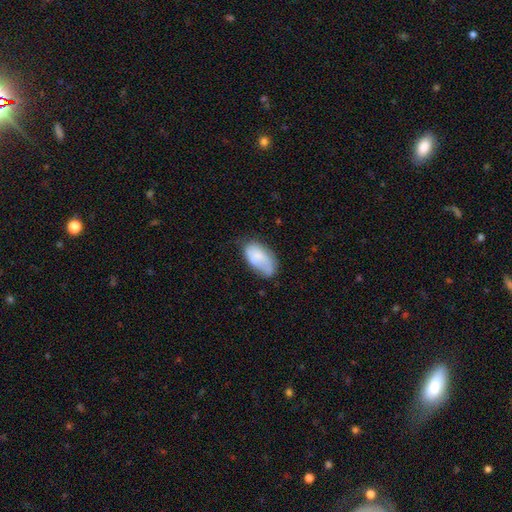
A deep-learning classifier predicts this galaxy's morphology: smooth_or_featured: smooth (p=0.73) [alt: featured or disk p=0.19]
how_rounded: in between (p=0.94) [alt: round p=0.03]
merging: none (p=0.52) [alt: minor disturbance p=0.34]